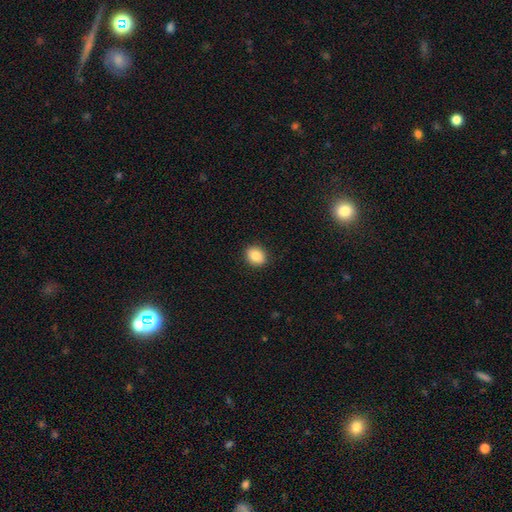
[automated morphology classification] Smooth or featured: smooth — 86% (star or artifact — 8%)
How rounded: round — 57% (in between — 42%)
Merging: none — 90% (minor disturbance — 7%)